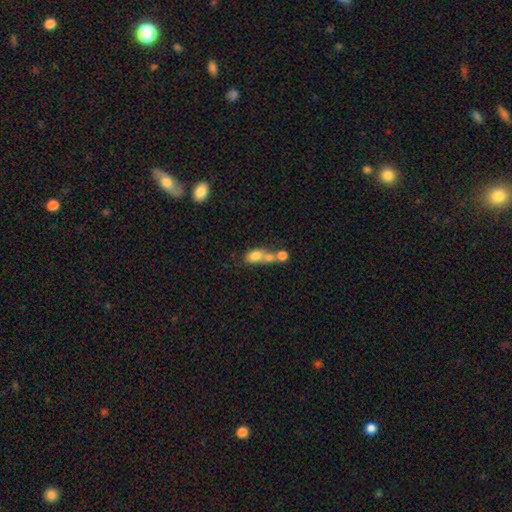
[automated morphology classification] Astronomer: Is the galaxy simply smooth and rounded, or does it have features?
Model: smooth — 72%.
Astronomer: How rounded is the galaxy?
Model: in between — 65%.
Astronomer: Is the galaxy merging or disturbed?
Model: merger — 62%.